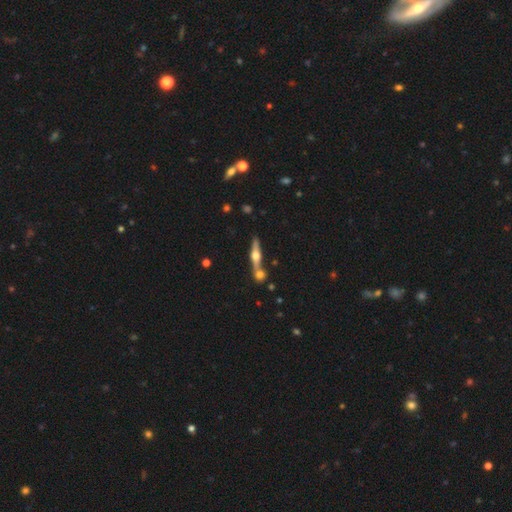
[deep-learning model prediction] The model was most divided on "merging": none: 65%, merger: 24%, minor disturbance: 9%, major disturbance: 3%. More confident: edge-on disk — yes (96%); edge-on bulge — rounded (94%); smooth or featured — featured or disk (71%).